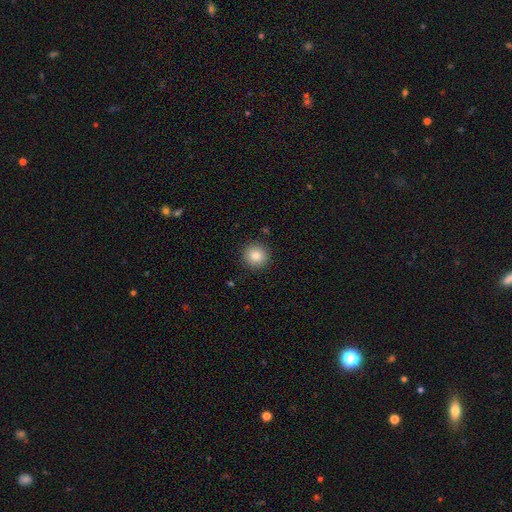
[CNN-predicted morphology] Smooth or featured? smooth (85%)
How rounded? round (94%)
Merging? none (91%)